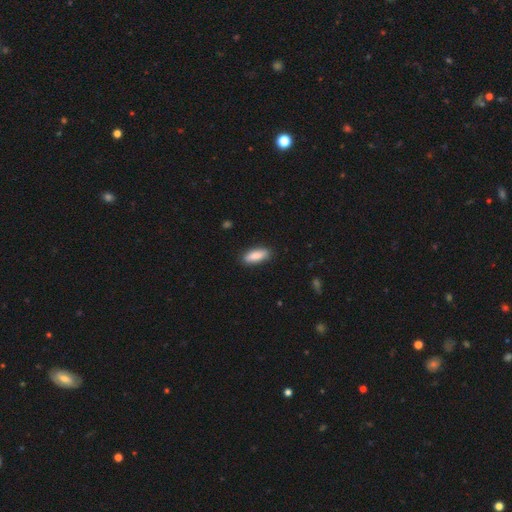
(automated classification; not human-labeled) A smooth galaxy with no disk features (87%) that is in between round and cigar-shaped (66%).

Vote fractions:
- Smooth or featured? smooth: 87% / featured or disk: 8% / star or artifact: 6%
- How rounded? in between: 66% / cigar-shaped: 32% / round: 2%
- Merging? none: 87% / minor disturbance: 10% / major disturbance: 2% / merger: 1%